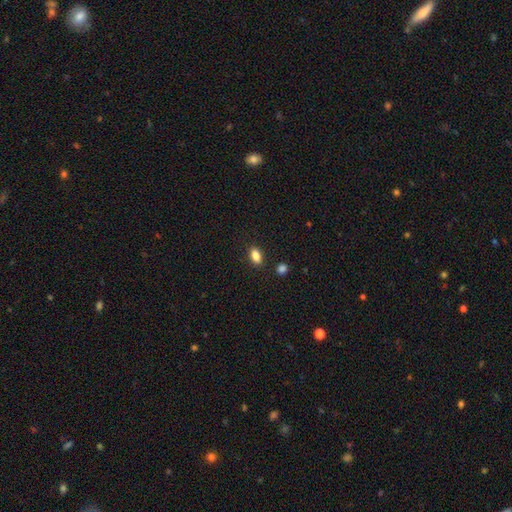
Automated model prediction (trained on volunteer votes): Smooth or featured? smooth (85%)
How rounded? in between (86%)
Merging? none (85%)